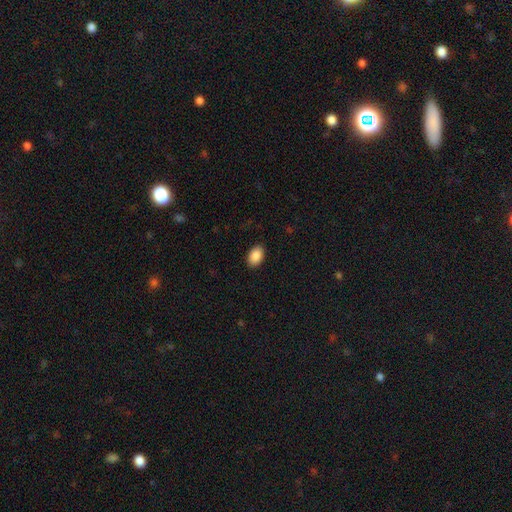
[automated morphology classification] type=smooth (89%); roundness=in between (90%); merging=none (89%).